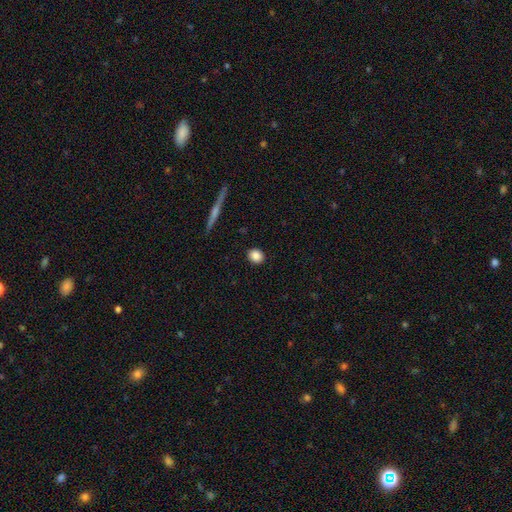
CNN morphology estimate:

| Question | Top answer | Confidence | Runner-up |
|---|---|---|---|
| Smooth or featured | smooth | 85% | star or artifact (8%) |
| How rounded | round | 68% | in between (30%) |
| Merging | none | 91% | minor disturbance (6%) |